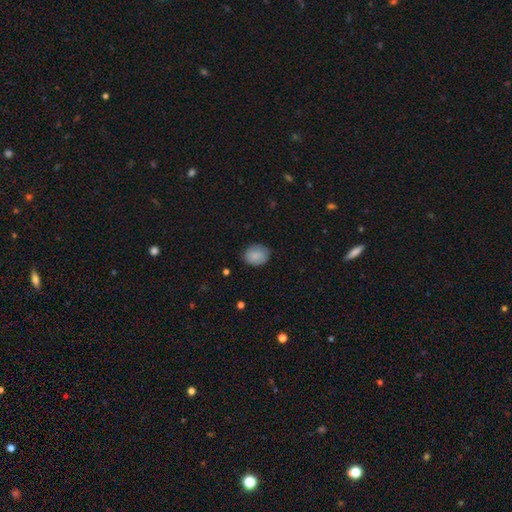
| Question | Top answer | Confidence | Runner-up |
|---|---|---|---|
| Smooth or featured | smooth | 92% | star or artifact (5%) |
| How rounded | in between | 56% | round (44%) |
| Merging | none | 95% | minor disturbance (5%) |